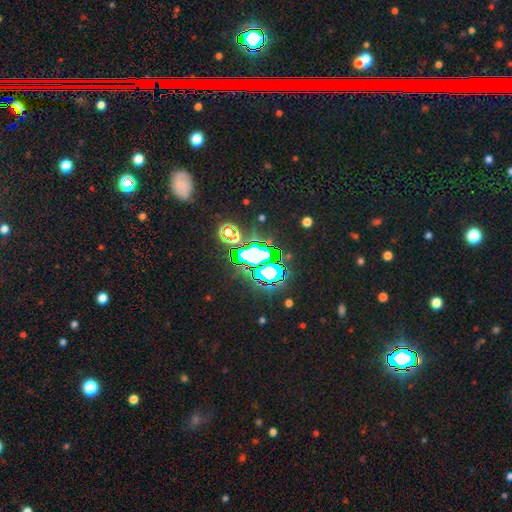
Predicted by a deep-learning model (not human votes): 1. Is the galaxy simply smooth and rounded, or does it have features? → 72% star or artifact, 17% smooth, 11% featured or disk.